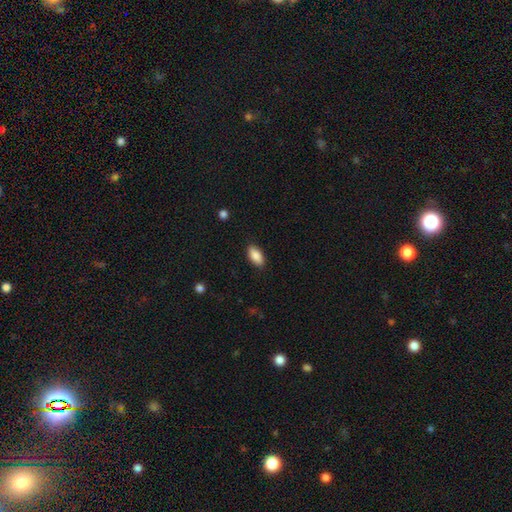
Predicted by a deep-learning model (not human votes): This appears to be a smooth galaxy with no disk features (88%) that is in between round and cigar-shaped (91%). Merging: none (88%).